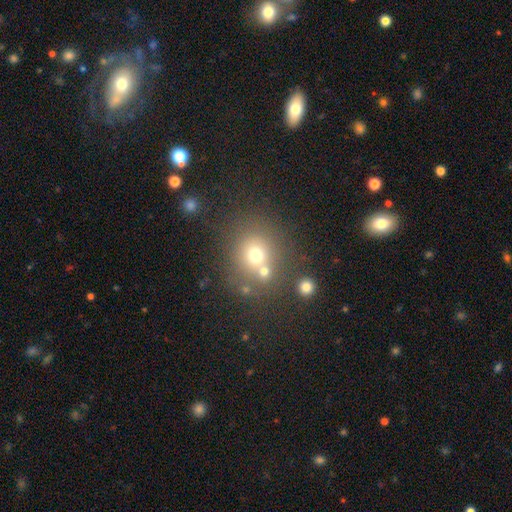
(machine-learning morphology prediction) type=smooth (67%); roundness=round (81%); merging=none (61%).